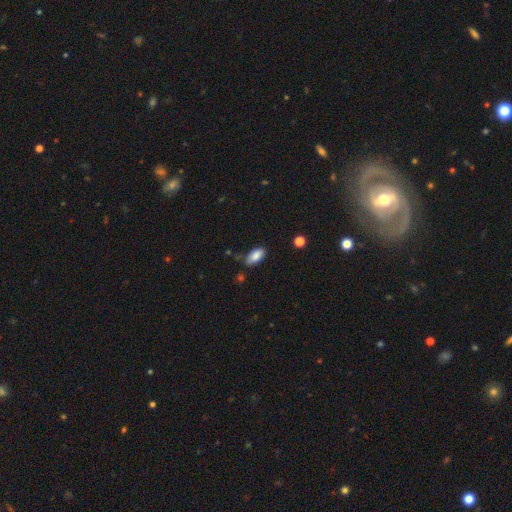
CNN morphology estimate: This appears to be a smooth galaxy with no disk features (85%) that is in between round and cigar-shaped (92%). Merging: none (70%).